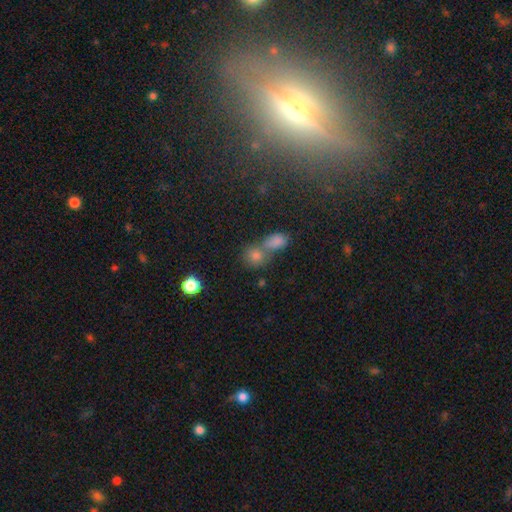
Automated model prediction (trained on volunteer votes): Smooth or featured? Predicted: smooth (p=0.74). How rounded? Predicted: round (p=0.74). Merging? Predicted: merger (p=0.49).